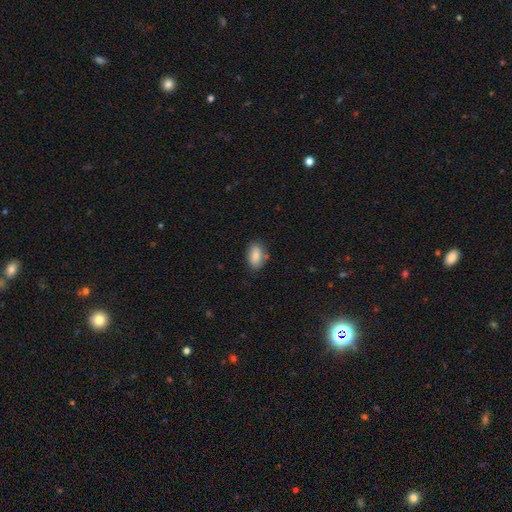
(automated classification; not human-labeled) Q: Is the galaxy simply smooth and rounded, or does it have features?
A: smooth — 80%.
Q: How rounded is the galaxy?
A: in between — 89%.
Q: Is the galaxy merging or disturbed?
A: none — 78%.